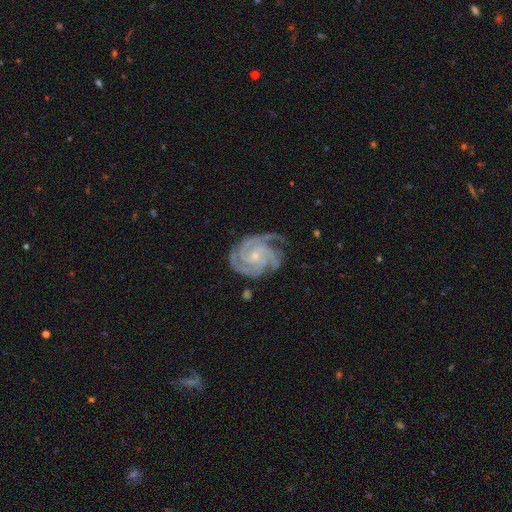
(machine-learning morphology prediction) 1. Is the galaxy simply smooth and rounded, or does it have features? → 92% featured or disk, 4% star or artifact, 4% smooth.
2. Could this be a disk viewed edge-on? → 98% no, 2% yes.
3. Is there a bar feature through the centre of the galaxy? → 67% no, 26% weak, 7% strong.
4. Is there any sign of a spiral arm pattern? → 99% yes, 1% no.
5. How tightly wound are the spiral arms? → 71% tight, 26% medium, 3% loose.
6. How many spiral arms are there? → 42% 3, 33% 4, 7% 2, 7% can't tell, 5% more than 4, 5% 1.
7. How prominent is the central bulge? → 73% small, 22% moderate, 3% none, 1% large, 1% dominant.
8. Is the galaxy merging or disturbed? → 72% none, 20% minor disturbance, 7% major disturbance, 1% merger.